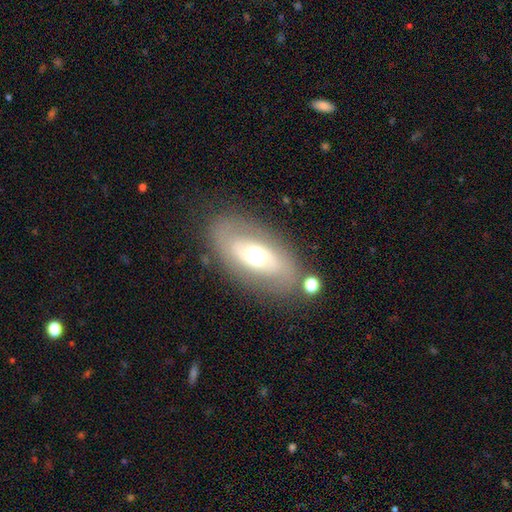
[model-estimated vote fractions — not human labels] A featured or disk galaxy (49%). Merging: none (79%).